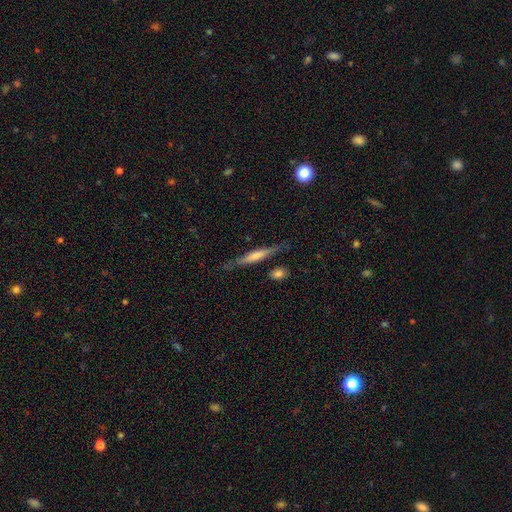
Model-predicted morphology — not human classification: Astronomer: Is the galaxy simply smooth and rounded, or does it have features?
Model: featured or disk — 56% (runner-up: smooth, 37%).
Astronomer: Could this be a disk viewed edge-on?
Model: yes — 93%.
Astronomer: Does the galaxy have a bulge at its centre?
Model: rounded — 43% (runner-up: none, 31%).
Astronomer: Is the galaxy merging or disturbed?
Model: none — 78%.